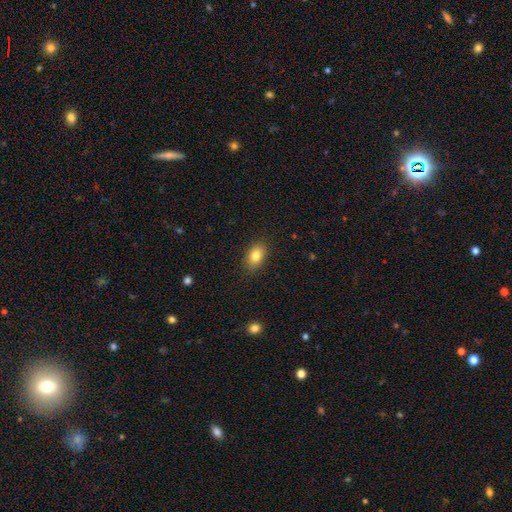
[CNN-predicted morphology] This is clearly a smooth galaxy (83%). How rounded: clearly in between (83%). Merging: clearly none (86%).